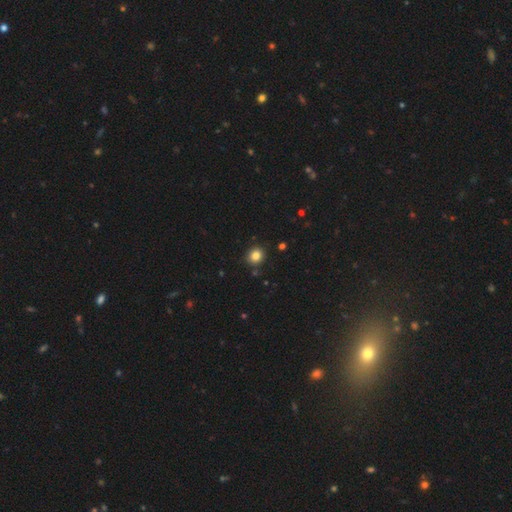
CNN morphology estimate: smooth_or_featured: smooth (p=0.84) [alt: star or artifact p=0.11]
how_rounded: round (p=0.80) [alt: in between p=0.19]
merging: none (p=0.88) [alt: minor disturbance p=0.07]